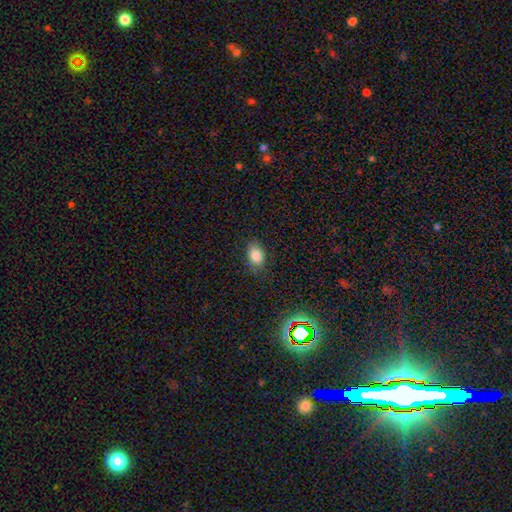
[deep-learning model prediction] smooth-or-featured: smooth: 83% | star or artifact: 10% | featured or disk: 7%
  how-rounded: in between: 85% | round: 14% | cigar-shaped: 2%
  merging: none: 80% | minor disturbance: 15% | major disturbance: 3% | merger: 1%